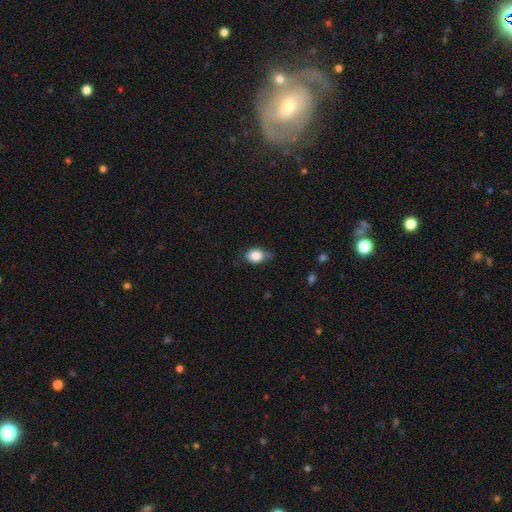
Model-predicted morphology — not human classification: Overall: smooth (83%). How rounded: in between (73%). Merging: none (63%; minor disturbance 30%).